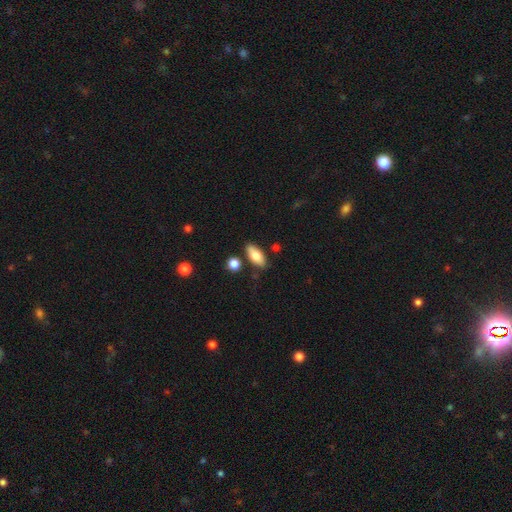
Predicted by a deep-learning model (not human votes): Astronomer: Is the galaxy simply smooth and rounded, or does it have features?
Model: smooth — 76%.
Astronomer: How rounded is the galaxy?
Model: in between — 82%.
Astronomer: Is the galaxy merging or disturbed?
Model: none — 80%.